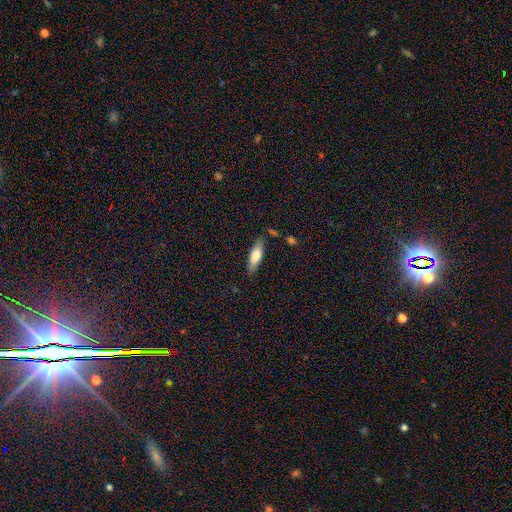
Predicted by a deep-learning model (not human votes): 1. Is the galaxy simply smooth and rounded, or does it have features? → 70% smooth, 24% featured or disk, 6% star or artifact.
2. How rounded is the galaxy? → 54% cigar-shaped, 44% in between, 2% round.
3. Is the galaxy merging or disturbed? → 80% none, 14% minor disturbance, 3% major disturbance, 3% merger.